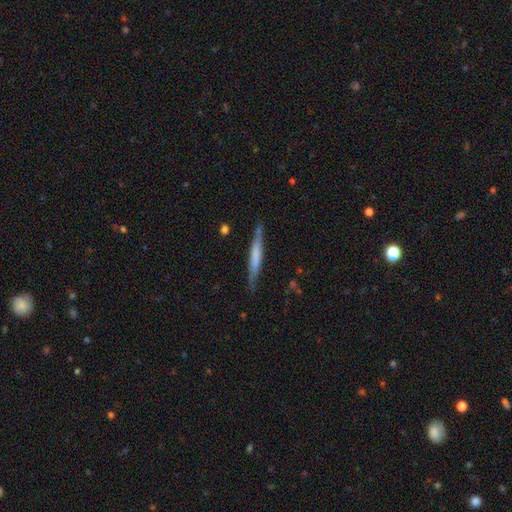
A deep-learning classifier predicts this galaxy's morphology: Smooth or featured? smooth (49%)
Merging? none (82%)